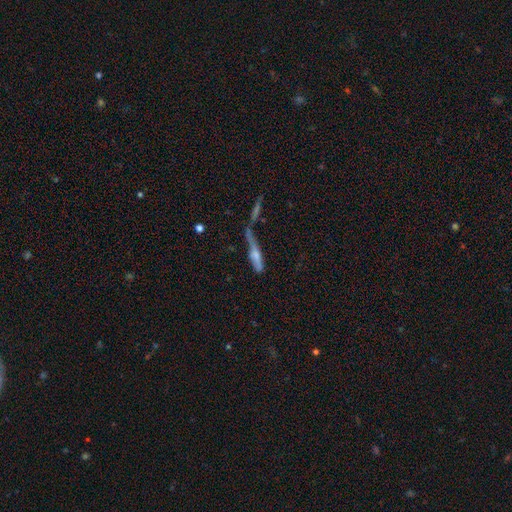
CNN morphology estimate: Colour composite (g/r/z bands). It shows a smooth galaxy with no disk features (51%) that is cigar-shaped (78%). Merging: merger (35%).